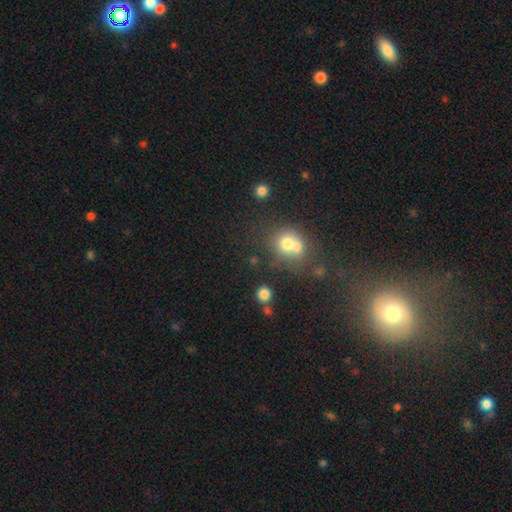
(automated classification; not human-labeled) Overall: smooth (57%; star or artifact 33%). How rounded: round (74%). Merging: none (63%).